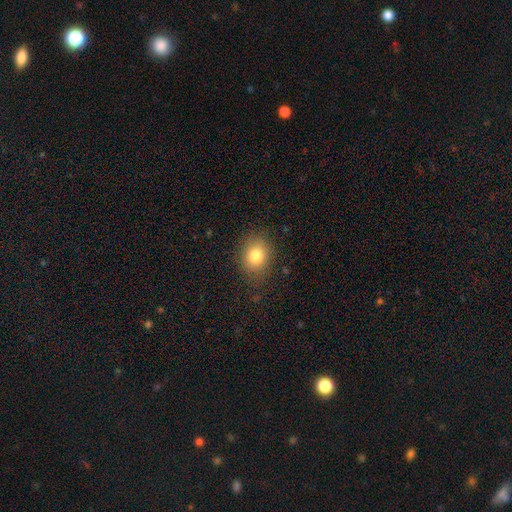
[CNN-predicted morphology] The model was most divided on "how rounded": round: 57%, in between: 42%, cigar-shaped: 1%. More confident: merging — none (84%); smooth or featured — smooth (80%).